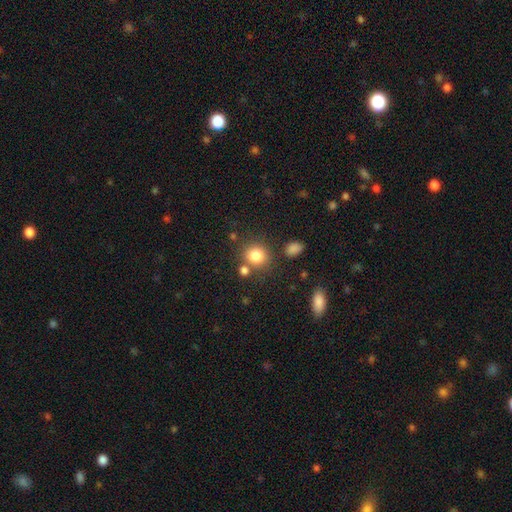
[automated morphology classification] Smooth or featured? smooth (82%)
How rounded? round (80%)
Merging? none (73%)